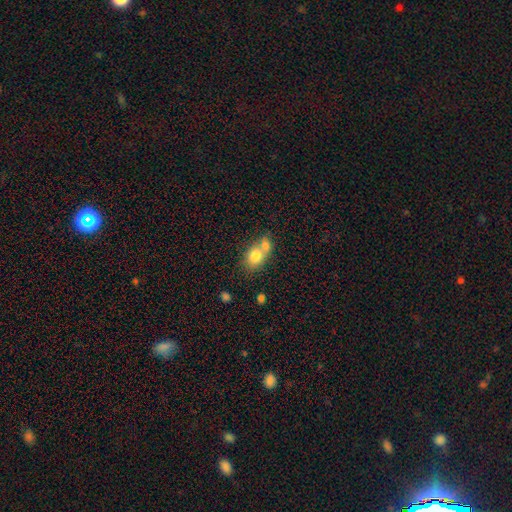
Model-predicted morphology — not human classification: Smooth or featured? Predicted: smooth (p=0.76). How rounded? Predicted: in between (p=0.55). Merging? Predicted: merger (p=0.56).